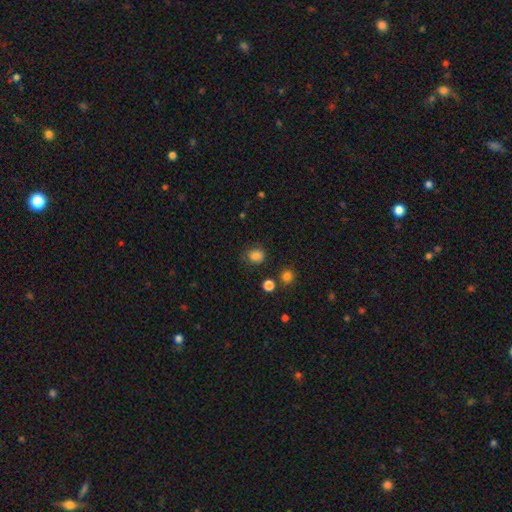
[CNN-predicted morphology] Smooth or featured? smooth (82%)
How rounded? round (63%)
Merging? none (76%)